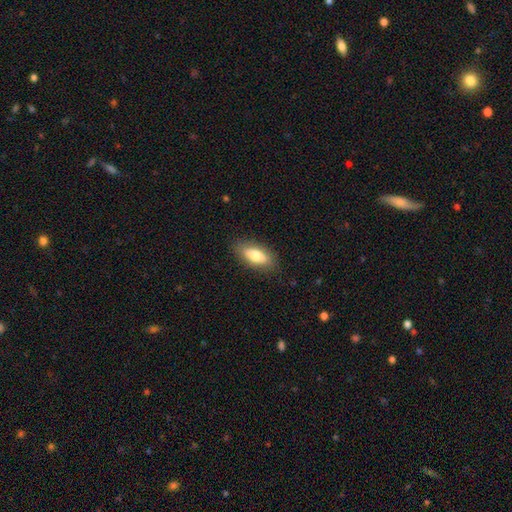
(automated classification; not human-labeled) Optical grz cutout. It shows a smooth galaxy with no disk features (74%) that is in between round and cigar-shaped (80%). Merging: none (85%).